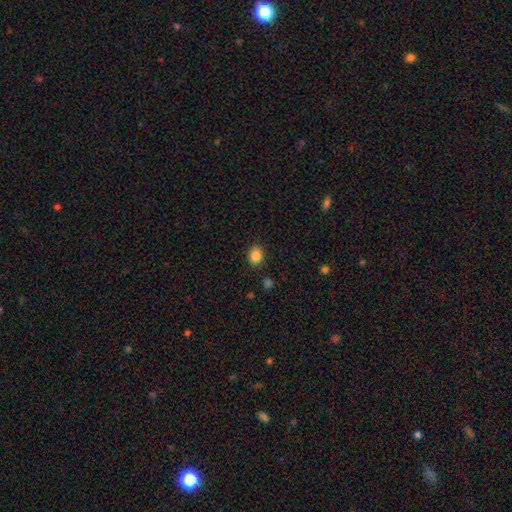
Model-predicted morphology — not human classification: Smooth or featured? smooth (86%)
How rounded? in between (54%)
Merging? none (86%)